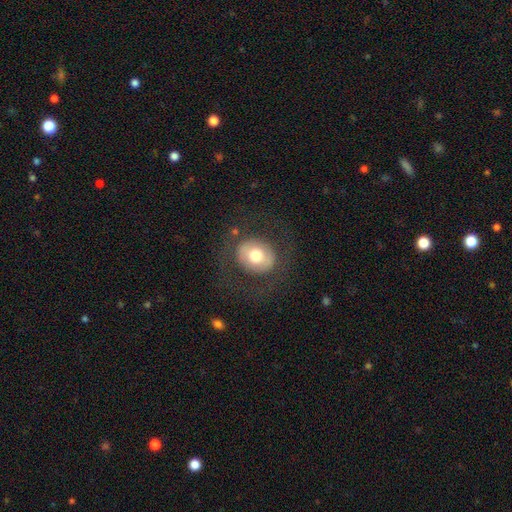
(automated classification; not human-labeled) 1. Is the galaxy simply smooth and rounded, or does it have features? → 62% smooth, 29% featured or disk, 8% star or artifact.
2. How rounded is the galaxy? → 71% round, 28% in between, 1% cigar-shaped.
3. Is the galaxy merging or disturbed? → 78% none, 11% minor disturbance, 10% major disturbance, 1% merger.